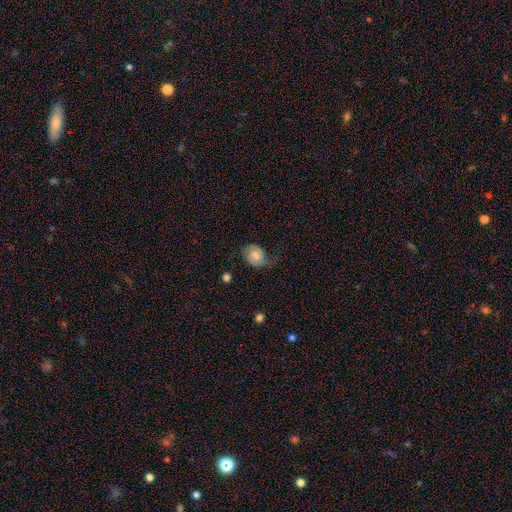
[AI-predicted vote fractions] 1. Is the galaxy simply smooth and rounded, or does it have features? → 51% featured or disk, 41% smooth, 8% star or artifact.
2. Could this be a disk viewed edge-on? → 97% no, 3% yes.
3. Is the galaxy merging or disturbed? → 60% none, 26% minor disturbance, 13% major disturbance, 2% merger.